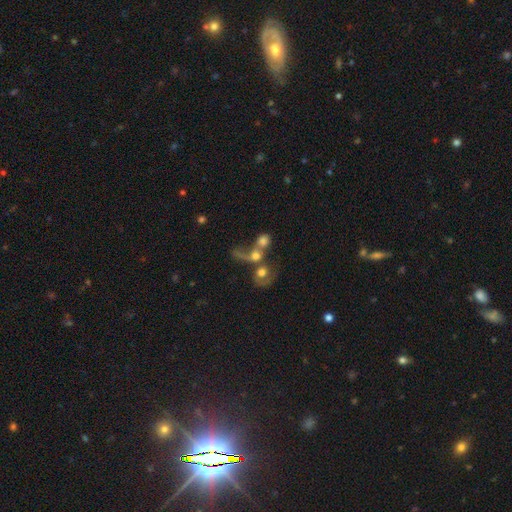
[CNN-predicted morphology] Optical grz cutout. It shows a smooth galaxy with no disk features (55%) that is round (67%). Merging: merger (67%).